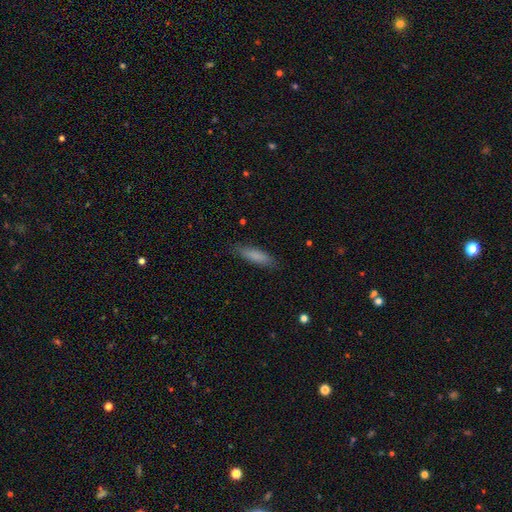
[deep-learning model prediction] A smooth galaxy with no disk features (84%) that is cigar-shaped (70%).

Vote fractions:
- Smooth or featured? smooth: 84% / featured or disk: 10% / star or artifact: 6%
- How rounded? cigar-shaped: 70% / in between: 28% / round: 1%
- Merging? none: 85% / minor disturbance: 11% / major disturbance: 2% / merger: 1%